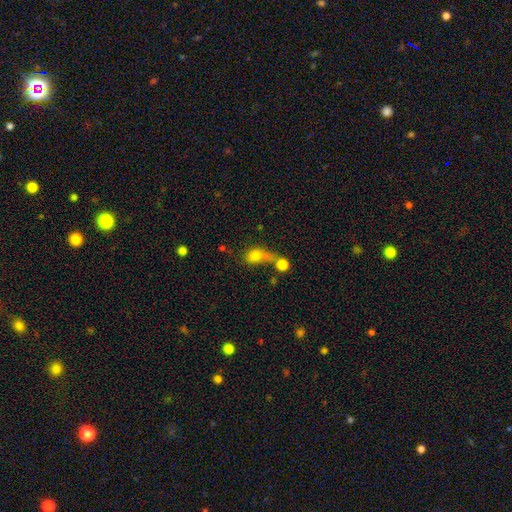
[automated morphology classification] This is likely a smooth galaxy (75%). How rounded: possibly in between (54%). Merging: possibly merger (52%).